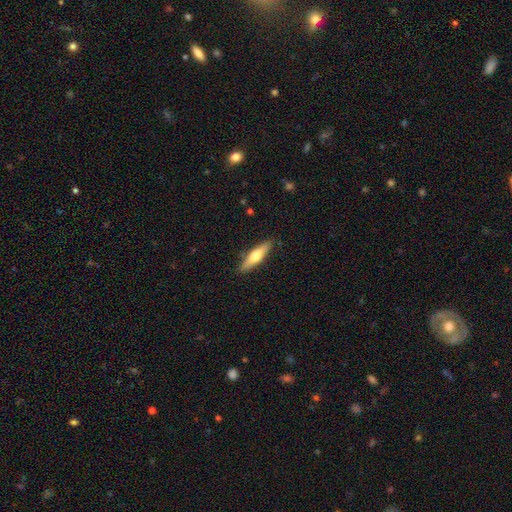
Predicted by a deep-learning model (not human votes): Overall: smooth (49%; featured or disk 46%). Merging: none (88%).